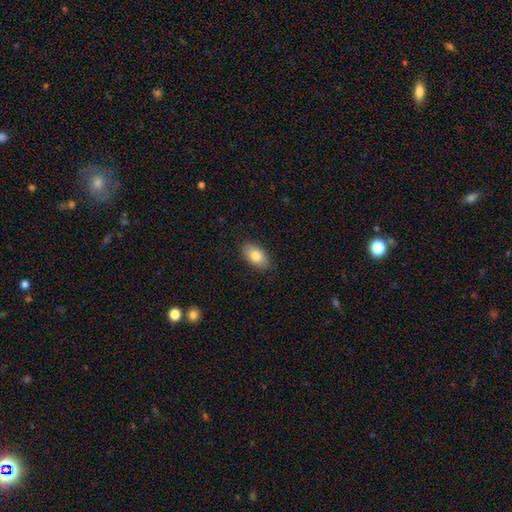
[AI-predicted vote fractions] This appears to be a smooth galaxy with no disk features (81%) that is in between round and cigar-shaped (93%). Merging: none (87%).